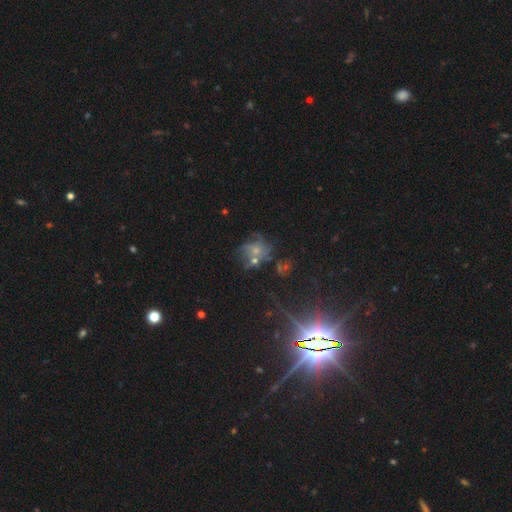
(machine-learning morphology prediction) type=featured or disk (43%); merging=none (53%).